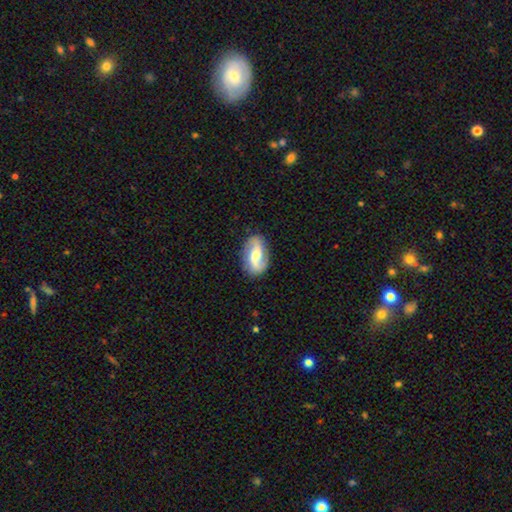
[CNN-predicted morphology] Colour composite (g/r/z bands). It shows a featured or disk galaxy (74%) with a weak bar (45%), 2 (89%) loose (51%) spiral arms (92%) and a moderate central bulge (61%). Merging: none (81%).